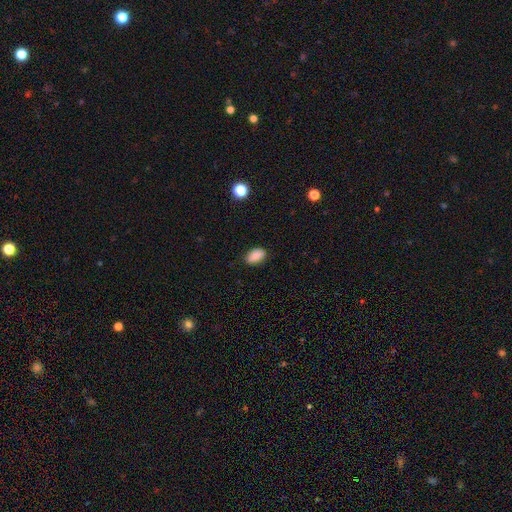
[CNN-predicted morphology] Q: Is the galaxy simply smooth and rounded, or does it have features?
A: smooth — 84%.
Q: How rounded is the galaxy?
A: in between — 90%.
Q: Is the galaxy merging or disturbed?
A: none — 84%.